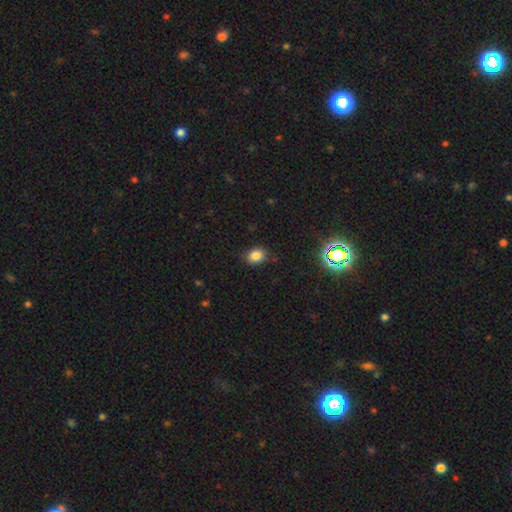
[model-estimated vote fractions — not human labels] Overall: smooth (82%). How rounded: in between (62%; round 37%). Merging: none (81%).